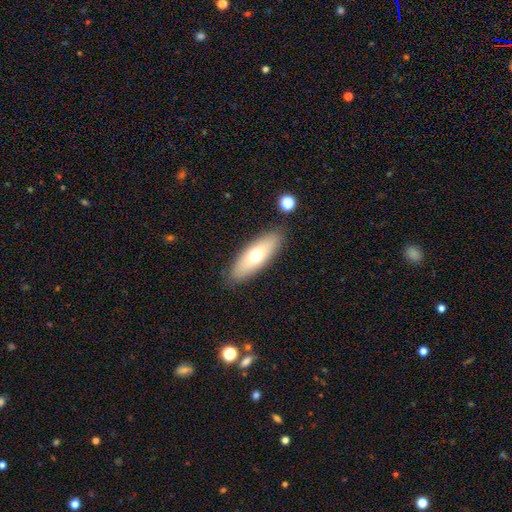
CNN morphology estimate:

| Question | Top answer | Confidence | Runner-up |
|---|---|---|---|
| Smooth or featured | smooth | 63% | featured or disk (30%) |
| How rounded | in between | 62% | cigar-shaped (35%) |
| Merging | none | 86% | minor disturbance (9%) |